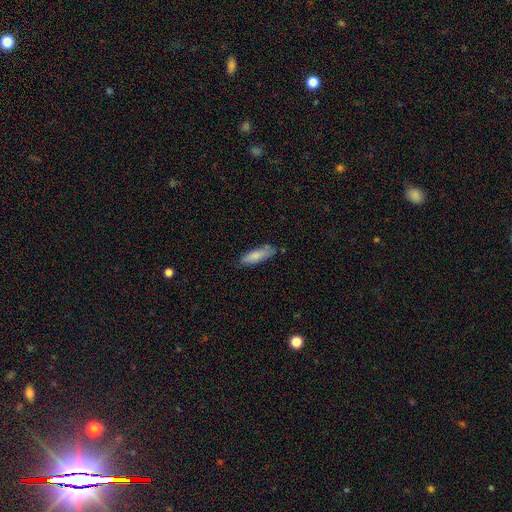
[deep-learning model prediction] Overall: smooth (81%). How rounded: cigar-shaped (51%; in between 48%). Merging: none (73%).